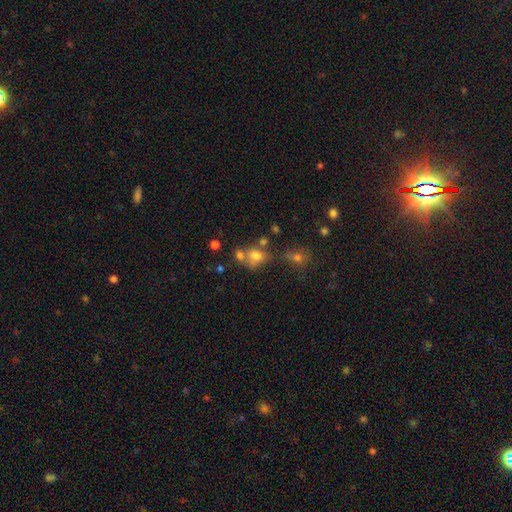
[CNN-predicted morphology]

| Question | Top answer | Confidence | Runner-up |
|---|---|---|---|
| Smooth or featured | smooth | 68% | featured or disk (16%) |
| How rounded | round | 50% | in between (48%) |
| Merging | merger | 39% | none (38%) |